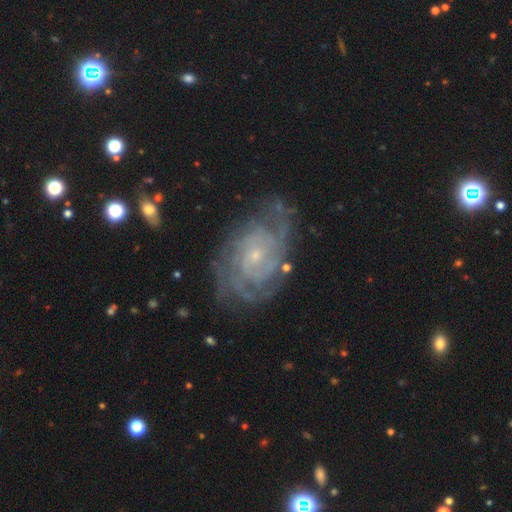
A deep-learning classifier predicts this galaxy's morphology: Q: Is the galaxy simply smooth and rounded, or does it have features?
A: featured or disk — 87%.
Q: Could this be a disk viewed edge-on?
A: no — 97%.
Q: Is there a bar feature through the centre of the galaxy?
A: no — 69%.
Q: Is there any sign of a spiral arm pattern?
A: yes — 96%.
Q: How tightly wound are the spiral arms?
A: tight — 70%.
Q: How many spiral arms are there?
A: can't tell — 33%.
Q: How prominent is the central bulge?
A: small — 79%.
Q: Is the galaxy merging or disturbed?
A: none — 72%.